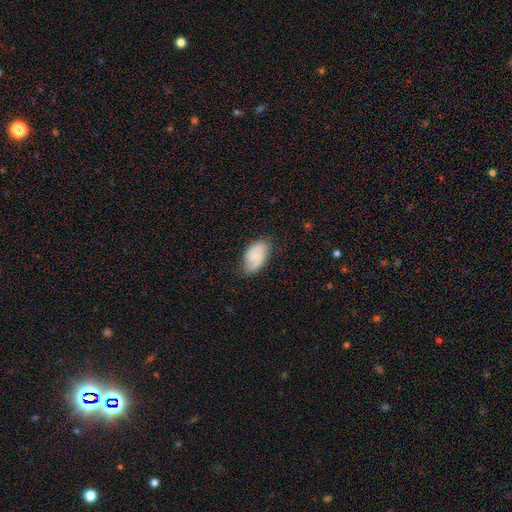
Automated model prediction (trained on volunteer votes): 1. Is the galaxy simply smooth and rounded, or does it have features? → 51% smooth, 41% featured or disk, 8% star or artifact.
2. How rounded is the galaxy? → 92% in between, 6% round, 2% cigar-shaped.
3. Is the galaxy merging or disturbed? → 70% none, 23% minor disturbance, 6% major disturbance, 1% merger.